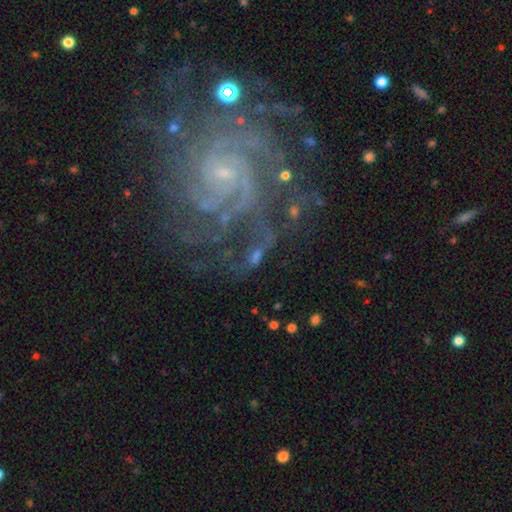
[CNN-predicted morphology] Smooth or featured? Predicted: featured or disk (p=0.72). Edge-on disk? Predicted: no (p=0.96). Bar? Predicted: no (p=0.44). Spiral arms? Predicted: yes (p=0.91). Spiral winding? Predicted: tight (p=0.56). Spiral arm count? Predicted: 2 (p=0.31). Bulge size? Predicted: small (p=0.63). Merging? Predicted: none (p=0.55).